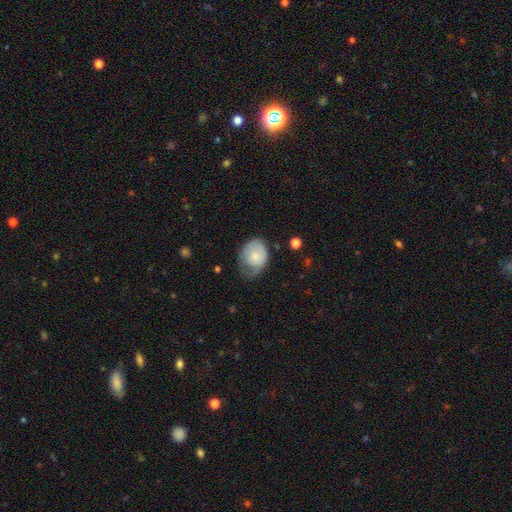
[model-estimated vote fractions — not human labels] Smooth or featured? smooth (66%)
How rounded? in between (63%)
Merging? minor disturbance (39%)